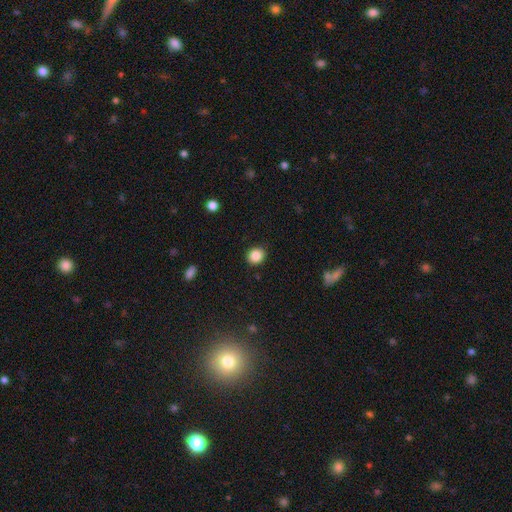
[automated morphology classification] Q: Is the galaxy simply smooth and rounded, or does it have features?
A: smooth — 87%.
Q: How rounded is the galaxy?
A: round — 75%.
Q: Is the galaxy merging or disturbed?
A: none — 90%.